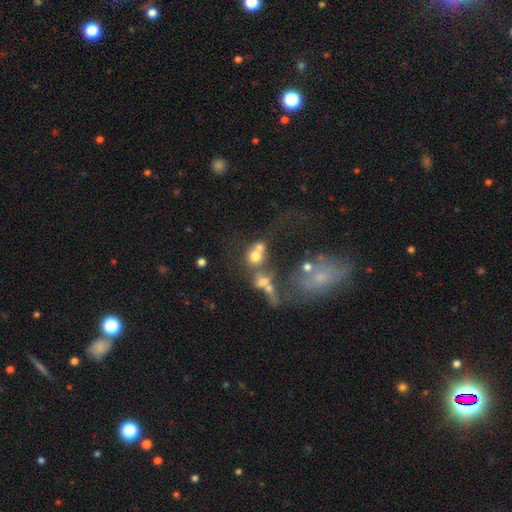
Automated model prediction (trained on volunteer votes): This is likely a smooth galaxy (62%). How rounded: likely round (73%). Merging: possibly merger (49%).